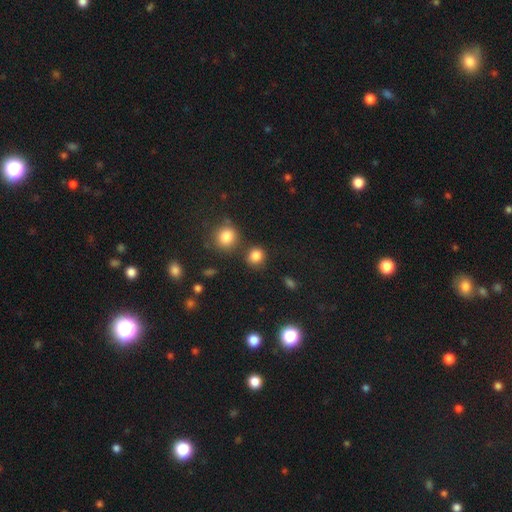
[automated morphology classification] Smooth or featured?
  - smooth: 83% *
  - star or artifact: 13%
  - featured or disk: 5%
How rounded?
  - round: 79% *
  - in between: 20%
  - cigar-shaped: 1%
Merging?
  - none: 74% *
  - merger: 11%
  - minor disturbance: 11%
  - major disturbance: 4%